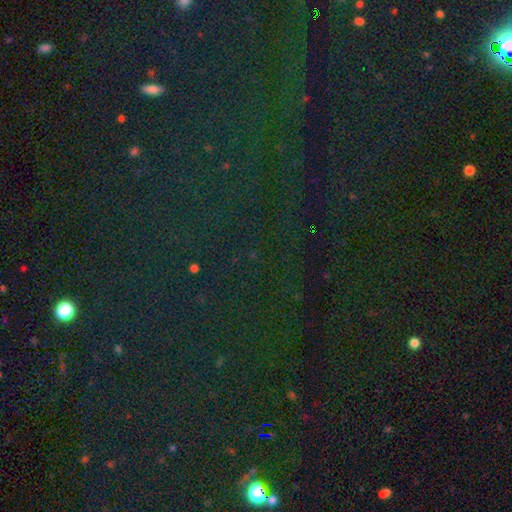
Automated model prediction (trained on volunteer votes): This appears to be a star or artifact, not a galaxy (81%).